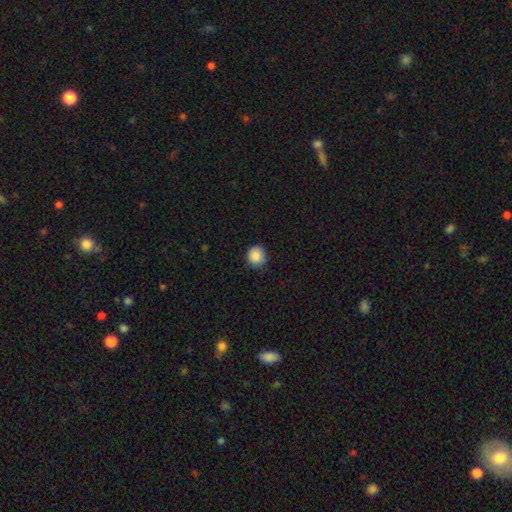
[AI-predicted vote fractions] Smooth or featured? Predicted: smooth (p=0.88). How rounded? Predicted: round (p=0.91). Merging? Predicted: none (p=0.87).